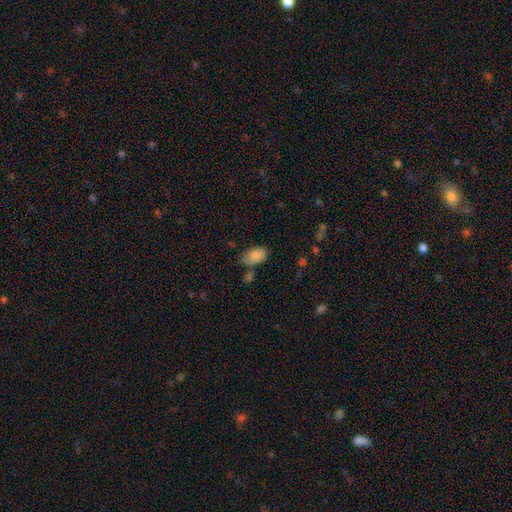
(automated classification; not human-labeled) A smooth galaxy with no disk features (83%) that is in between round and cigar-shaped (91%). Merging: none (57%).